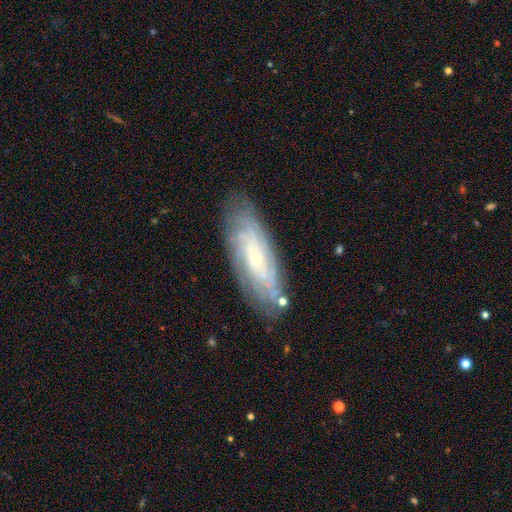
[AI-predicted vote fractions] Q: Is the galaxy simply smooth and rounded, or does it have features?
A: featured or disk — 69%.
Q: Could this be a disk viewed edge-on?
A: no — 82%.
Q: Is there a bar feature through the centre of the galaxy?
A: no — 66%.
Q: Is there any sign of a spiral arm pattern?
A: yes — 86%.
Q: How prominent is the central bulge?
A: small — 76%.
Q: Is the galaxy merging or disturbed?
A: none — 78%.